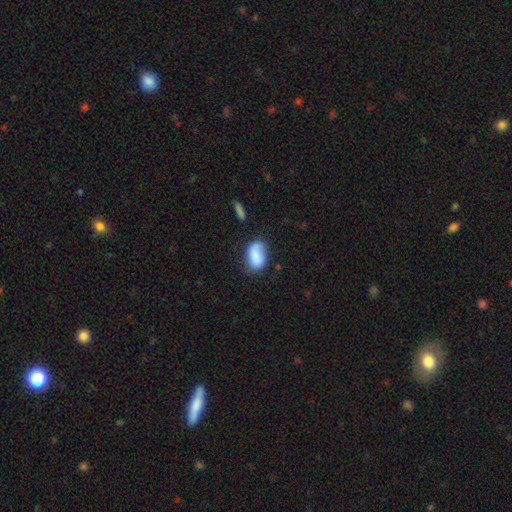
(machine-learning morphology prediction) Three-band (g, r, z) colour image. It shows a smooth galaxy with no disk features (77%) that is in between round and cigar-shaped (88%). Merging: none (53%).